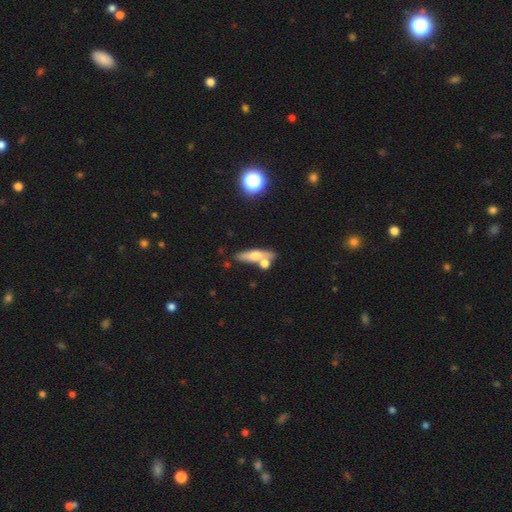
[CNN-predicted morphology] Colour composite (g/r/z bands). It shows a smooth galaxy with no disk features (49%). Merging: none (62%).